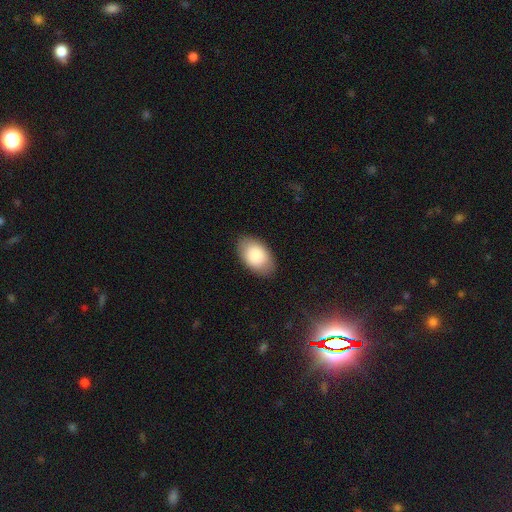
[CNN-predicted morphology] smooth_or_featured: smooth (p=0.86) [alt: featured or disk p=0.08]
how_rounded: in between (p=0.92) [alt: round p=0.07]
merging: none (p=0.86) [alt: minor disturbance p=0.11]